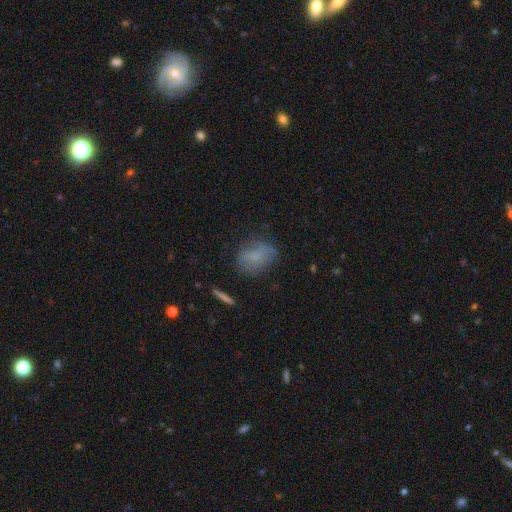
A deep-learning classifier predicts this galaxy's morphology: A smooth galaxy with no disk features (71%) that is in between round and cigar-shaped (75%).

Vote fractions:
- Smooth or featured? smooth: 71% / featured or disk: 19% / star or artifact: 10%
- How rounded? in between: 75% / round: 22% / cigar-shaped: 3%
- Merging? none: 66% / minor disturbance: 23% / major disturbance: 8% / merger: 2%